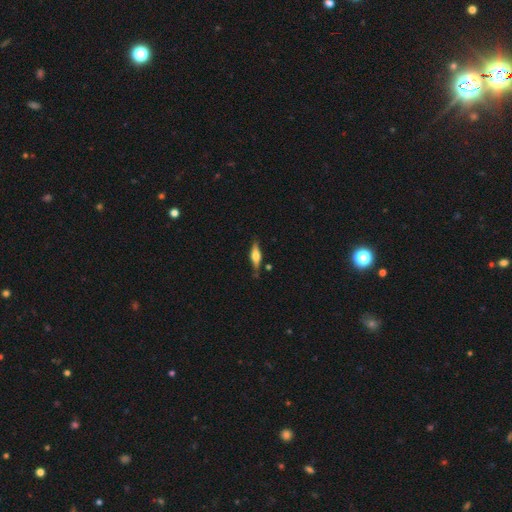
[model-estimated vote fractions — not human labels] smooth-or-featured: featured or disk: 51% | smooth: 42% | star or artifact: 7%
  disk-edge-on: yes: 92% | no: 8%
  merging: none: 76% | minor disturbance: 17% | major disturbance: 4% | merger: 3%